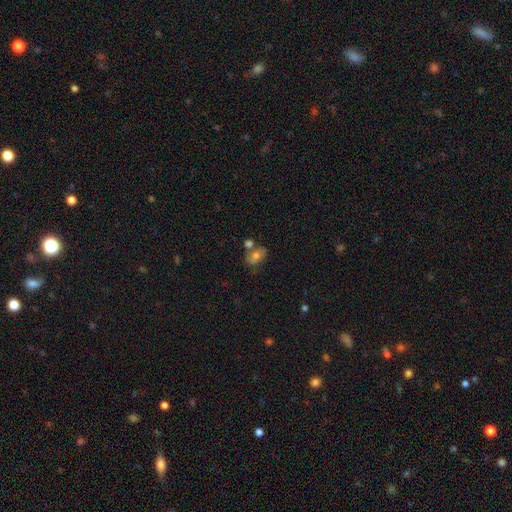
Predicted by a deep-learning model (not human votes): smooth-or-featured: smooth: 62% | featured or disk: 27% | star or artifact: 11%
  how-rounded: in between: 75% | round: 23% | cigar-shaped: 2%
  merging: none: 48% | merger: 28% | minor disturbance: 17% | major disturbance: 7%